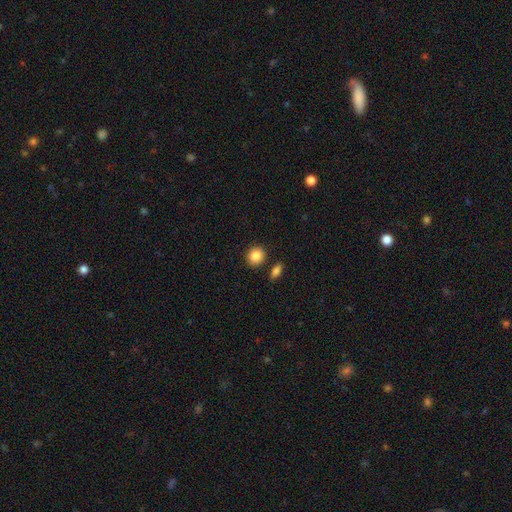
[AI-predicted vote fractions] A smooth galaxy with no disk features (87%) that is round (78%). Merging: none (83%).